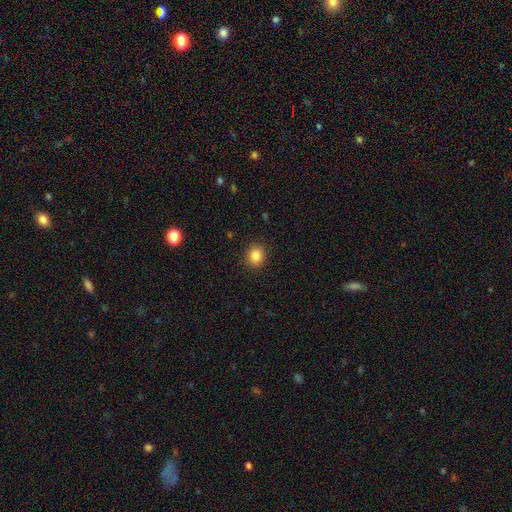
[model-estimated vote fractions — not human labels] smooth 85%, star or artifact 10%, featured or disk 5%. Down the decision tree: how rounded — round (77%); merging — none (90%).